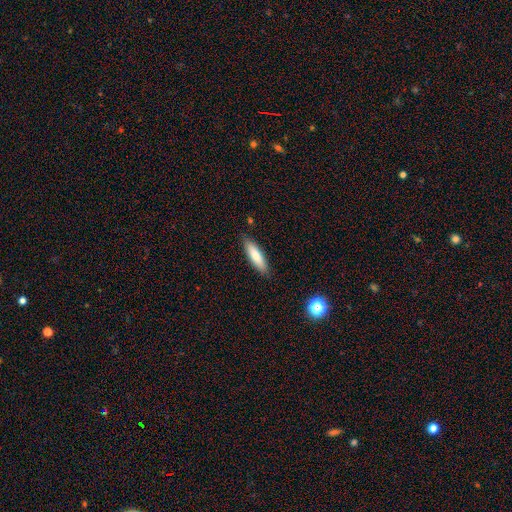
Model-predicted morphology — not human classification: smooth-or-featured: smooth: 77% | featured or disk: 17% | star or artifact: 6%
  how-rounded: cigar-shaped: 61% | in between: 37% | round: 1%
  merging: none: 87% | minor disturbance: 10% | major disturbance: 2% | merger: 1%